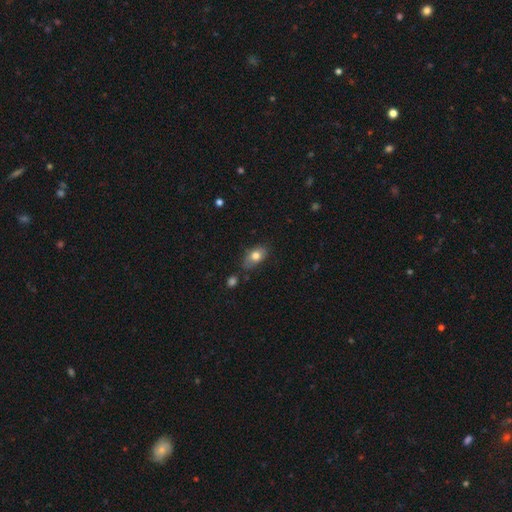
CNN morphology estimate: A smooth galaxy with no disk features (77%) that is in between round and cigar-shaped (85%).

Vote fractions:
- Smooth or featured? smooth: 77% / featured or disk: 15% / star or artifact: 8%
- How rounded? in between: 85% / round: 12% / cigar-shaped: 3%
- Merging? none: 67% / minor disturbance: 23% / merger: 5% / major disturbance: 5%